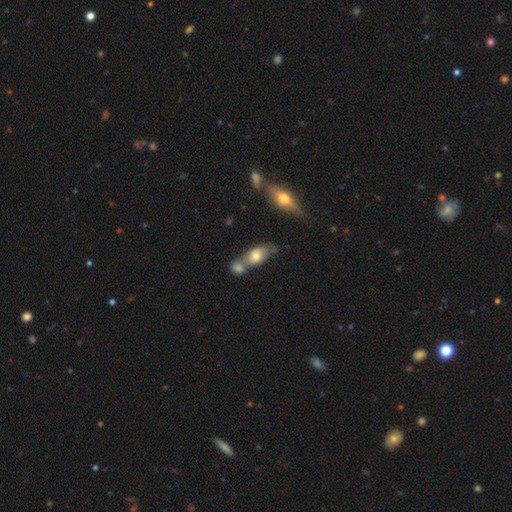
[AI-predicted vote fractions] Smooth or featured: smooth — 67% (featured or disk — 25%)
How rounded: in between — 79% (cigar-shaped — 10%)
Merging: merger — 52% (none — 30%)